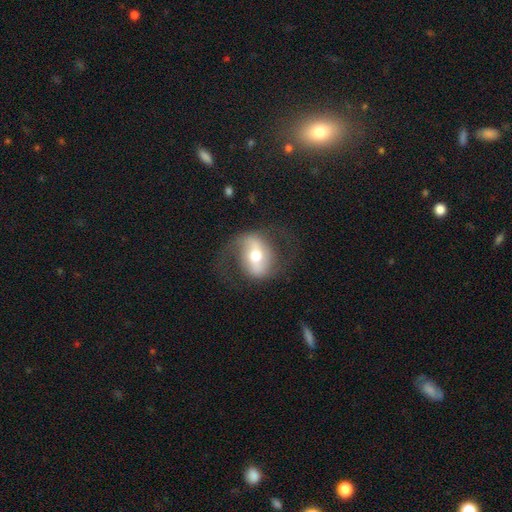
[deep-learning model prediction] This appears to be a featured or disk galaxy (70%) with a strong bar (50%), 2 (85%) loose (51%) spiral arms (79%) and a moderate central bulge (70%). Merging: none (69%).